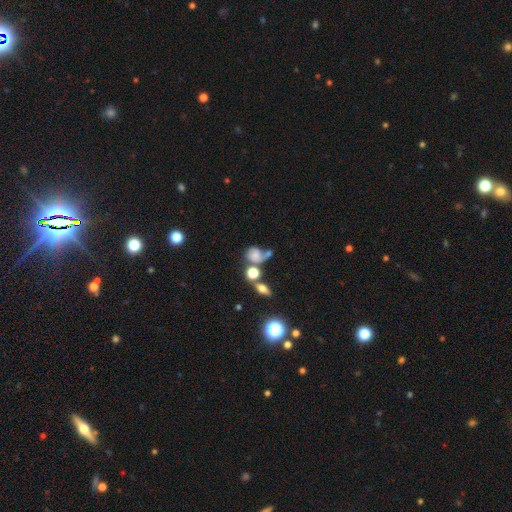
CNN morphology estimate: Overall: smooth (52%; featured or disk 33%). How rounded: round (57%; in between 41%). Merging: merger (30%; none 29%).